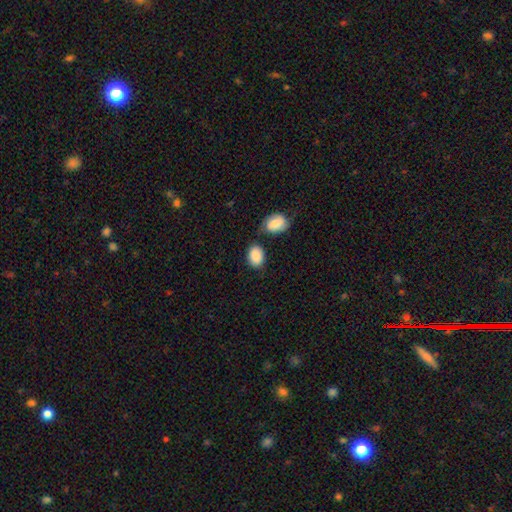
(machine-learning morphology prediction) A smooth galaxy with no disk features (88%) that is in between round and cigar-shaped (80%).

Vote fractions:
- Smooth or featured? smooth: 88% / star or artifact: 7% / featured or disk: 6%
- How rounded? in between: 80% / round: 19% / cigar-shaped: 1%
- Merging? none: 63% / minor disturbance: 17% / merger: 16% / major disturbance: 5%